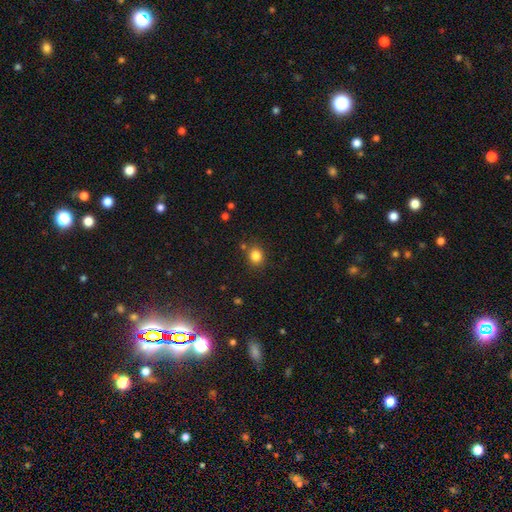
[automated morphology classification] A smooth galaxy with no disk features (83%) that is round (79%).

Vote fractions:
- Smooth or featured? smooth: 83% / star or artifact: 12% / featured or disk: 5%
- How rounded? round: 79% / in between: 21% / cigar-shaped: 1%
- Merging? none: 83% / minor disturbance: 10% / merger: 5% / major disturbance: 3%